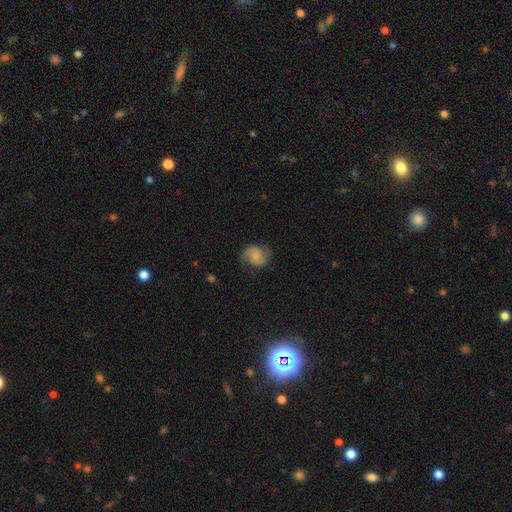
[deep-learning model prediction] A featured or disk galaxy (46%). Merging: none (61%).